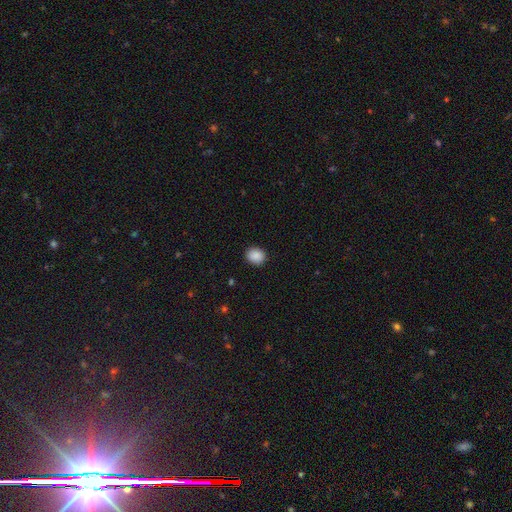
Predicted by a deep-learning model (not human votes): This appears to be a smooth galaxy with no disk features (89%) that is round (68%). Merging: none (90%).